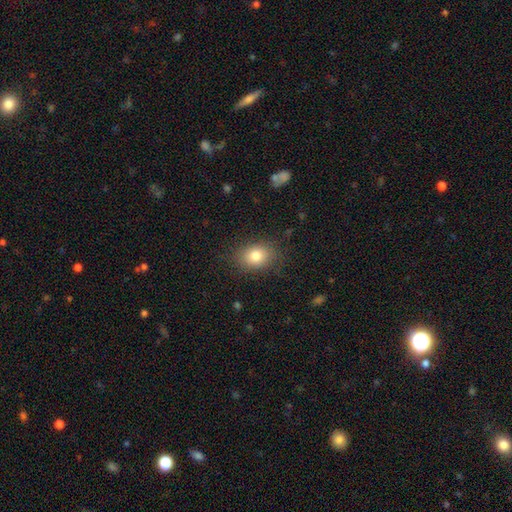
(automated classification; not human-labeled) Smooth or featured? Predicted: smooth (p=0.80). How rounded? Predicted: in between (p=0.64). Merging? Predicted: none (p=0.82).